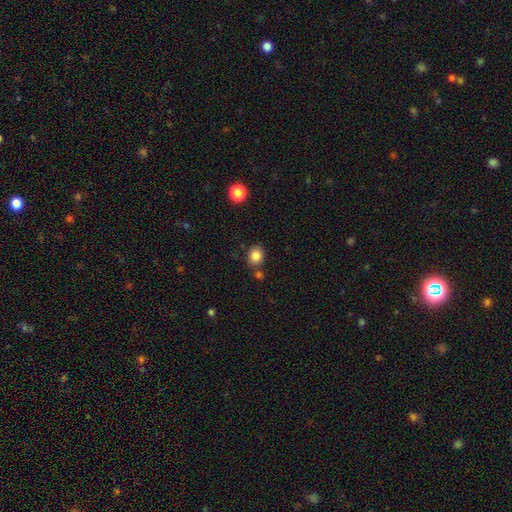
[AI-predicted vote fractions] Smooth or featured? Predicted: smooth (p=0.85). How rounded? Predicted: round (p=0.65). Merging? Predicted: none (p=0.76).